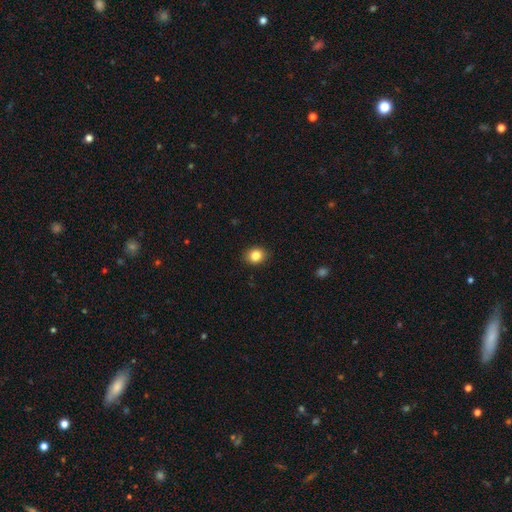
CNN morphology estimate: A smooth galaxy with no disk features (85%) that is round (60%). Merging: none (89%).